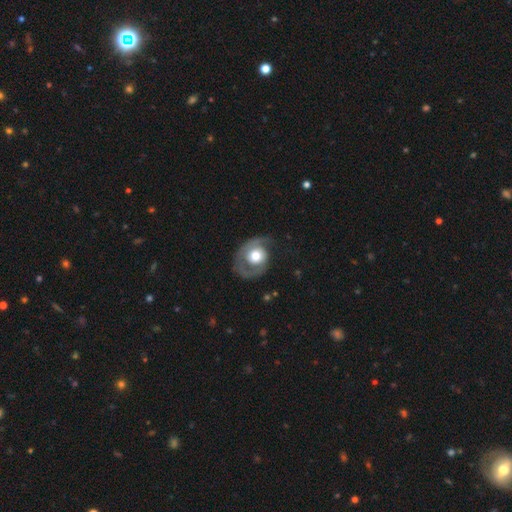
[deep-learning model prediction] Overall: featured or disk (65%; smooth 29%). Edge-on disk: no (96%). Bar: no (83%). Spiral arms: yes (70%; no 30%). Bulge size: moderate (45%; large 44%). Merging: none (49%; major disturbance 26%).